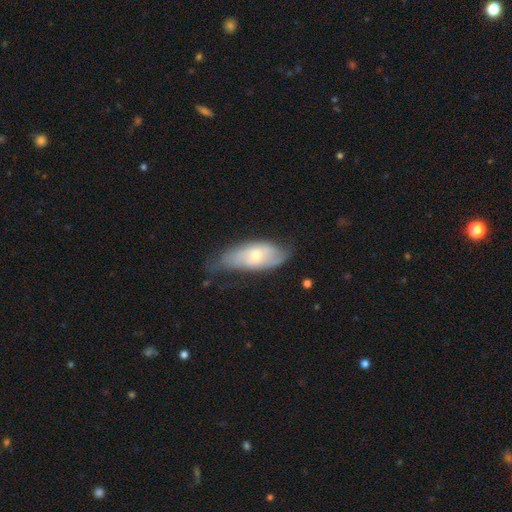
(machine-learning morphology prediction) Smooth or featured? Predicted: smooth (p=0.50). Merging? Predicted: none (p=0.46).